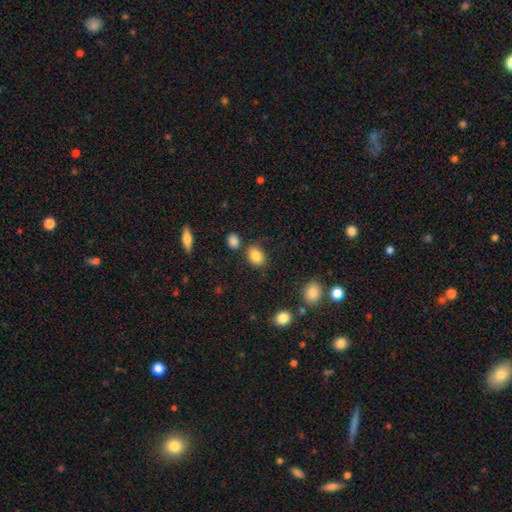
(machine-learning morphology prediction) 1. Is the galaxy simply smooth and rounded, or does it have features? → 85% smooth, 9% star or artifact, 6% featured or disk.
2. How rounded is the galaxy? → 60% in between, 39% round, 1% cigar-shaped.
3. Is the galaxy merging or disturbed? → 73% none, 14% minor disturbance, 9% merger, 4% major disturbance.